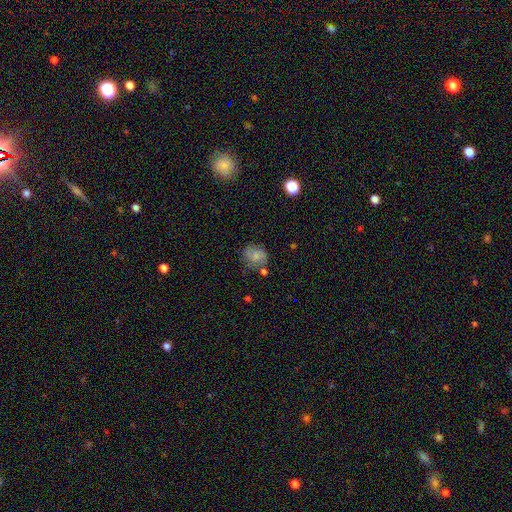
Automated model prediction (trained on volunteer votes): Smooth or featured?
  - smooth: 65% *
  - featured or disk: 24%
  - star or artifact: 11%
How rounded?
  - round: 69% *
  - in between: 30%
  - cigar-shaped: 1%
Merging?
  - none: 62% *
  - minor disturbance: 23%
  - merger: 8%
  - major disturbance: 7%